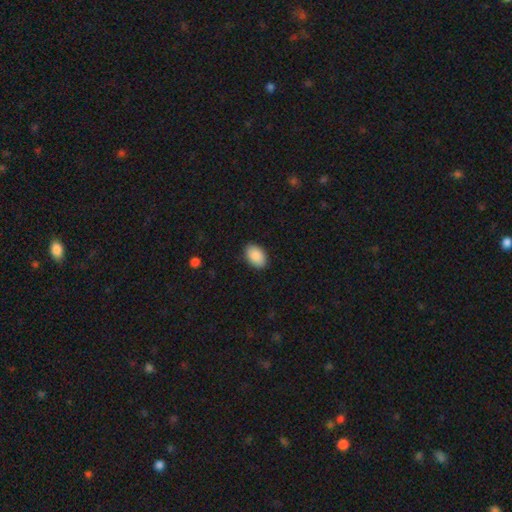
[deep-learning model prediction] Morphology: type=smooth (90%); roundness=in between (89%); merging=none (88%).